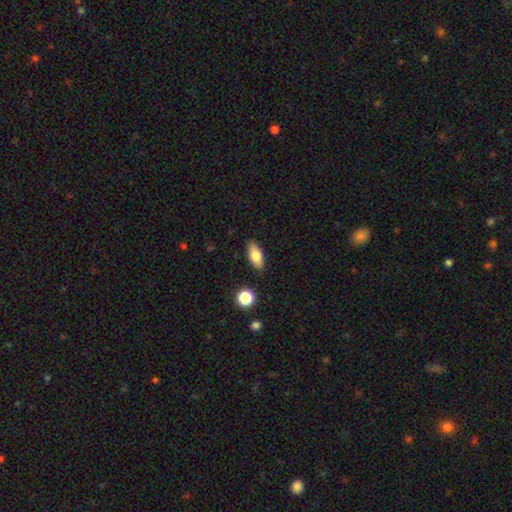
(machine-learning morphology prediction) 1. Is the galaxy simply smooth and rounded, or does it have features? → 79% smooth, 14% featured or disk, 8% star or artifact.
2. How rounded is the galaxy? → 85% in between, 11% cigar-shaped, 4% round.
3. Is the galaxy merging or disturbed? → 86% none, 10% minor disturbance, 2% major disturbance, 2% merger.